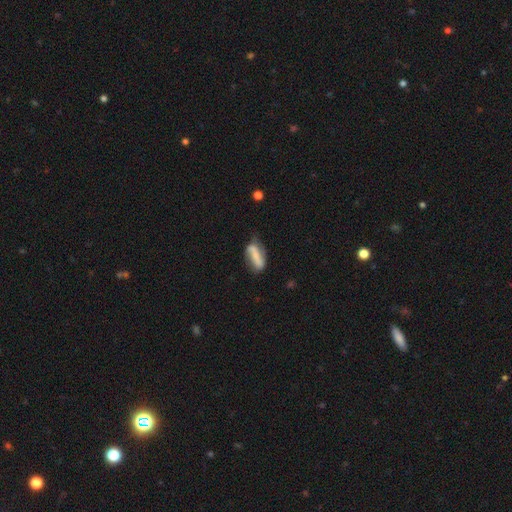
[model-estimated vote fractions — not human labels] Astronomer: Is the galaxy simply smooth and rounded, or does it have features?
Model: smooth — 46%, tied with featured or disk at 46%.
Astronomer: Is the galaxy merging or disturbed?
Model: none — 49% (runner-up: minor disturbance, 32%).